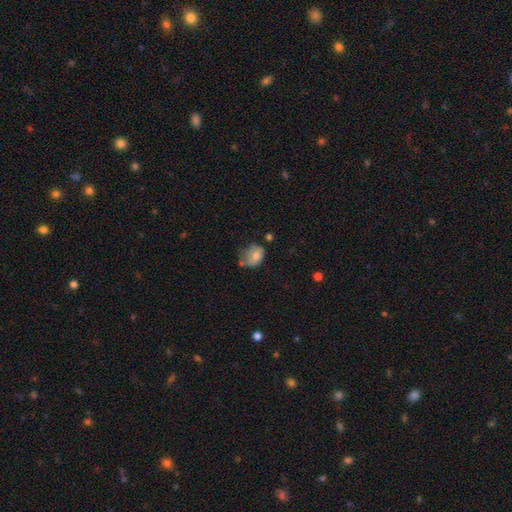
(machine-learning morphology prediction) A smooth galaxy with no disk features (71%) that is in between round and cigar-shaped (58%). Merging: minor disturbance (37%).